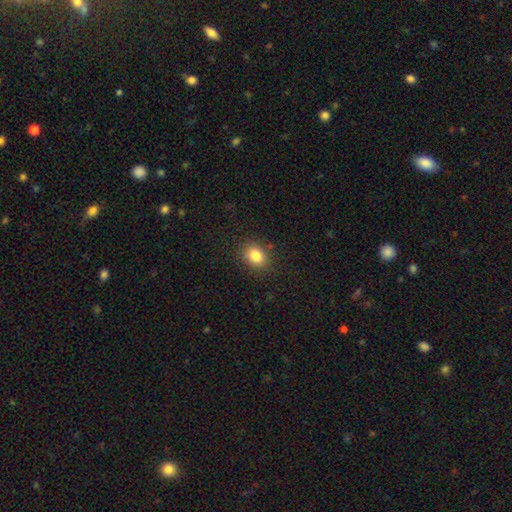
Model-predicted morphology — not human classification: Overall: smooth (84%). How rounded: in between (52%; round 47%). Merging: none (86%).